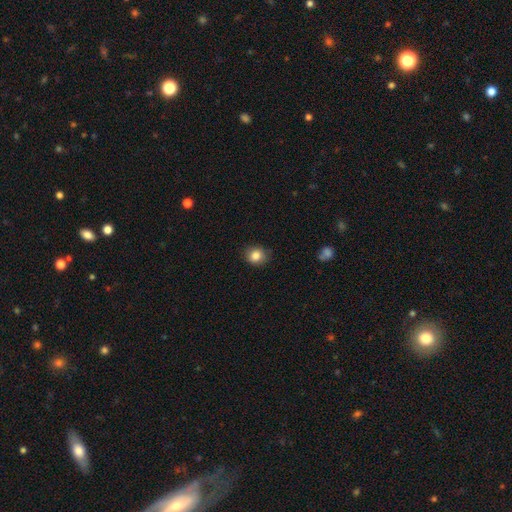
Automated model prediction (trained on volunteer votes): This appears to be a smooth galaxy with no disk features (84%) that is round (74%). Merging: none (84%).